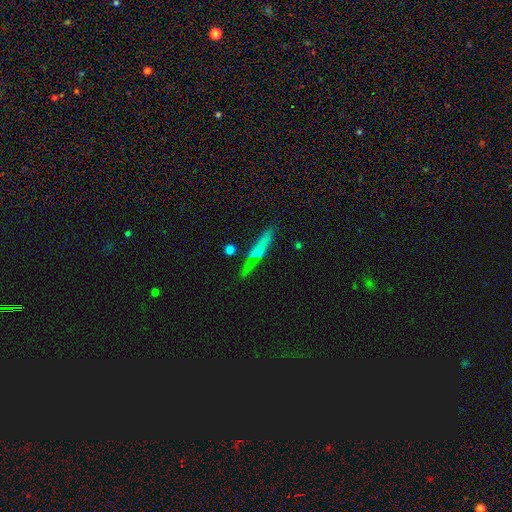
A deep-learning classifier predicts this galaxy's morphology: A featured or disk galaxy (50%).

Vote fractions:
- Smooth or featured? featured or disk: 50% / smooth: 41% / star or artifact: 9%
- Merging? none: 82% / minor disturbance: 11% / merger: 4% / major disturbance: 3%